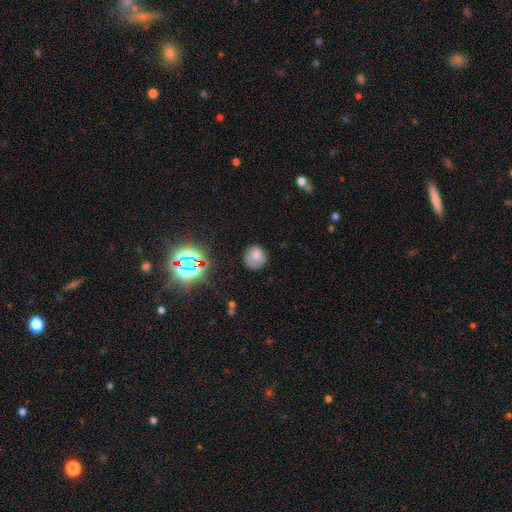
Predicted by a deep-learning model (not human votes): smooth 71%, star or artifact 15%, featured or disk 14%. Down the decision tree: how rounded — round (81%); merging — none (63%).